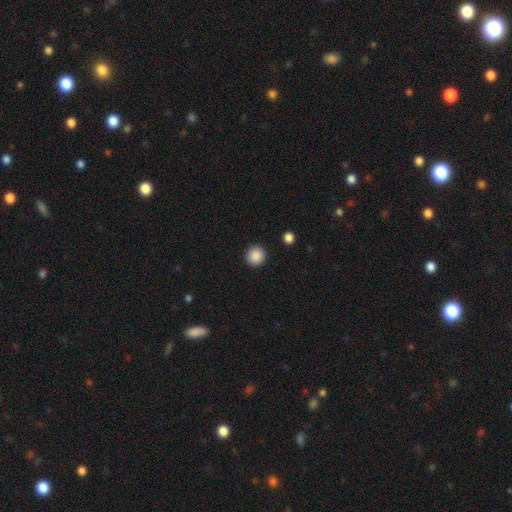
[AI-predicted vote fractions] Morphology: type=smooth (88%); roundness=round (94%); merging=none (92%).